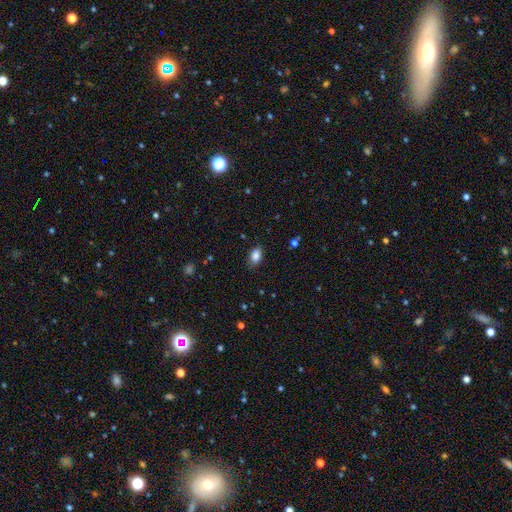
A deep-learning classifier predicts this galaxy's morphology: smooth_or_featured: smooth (p=0.86) [alt: star or artifact p=0.09]
how_rounded: in between (p=0.87) [alt: round p=0.11]
merging: none (p=0.85) [alt: minor disturbance p=0.12]